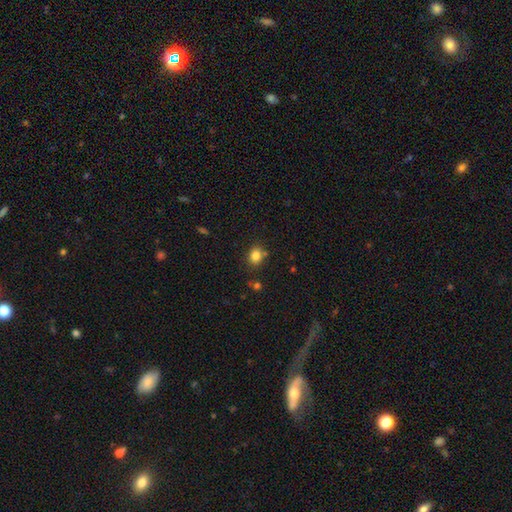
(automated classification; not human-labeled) Q: Smooth or featured?
A: smooth (82%); runner-up: star or artifact (12%)
Q: How rounded?
A: round (66%); runner-up: in between (33%)
Q: Merging?
A: none (78%); runner-up: minor disturbance (12%)